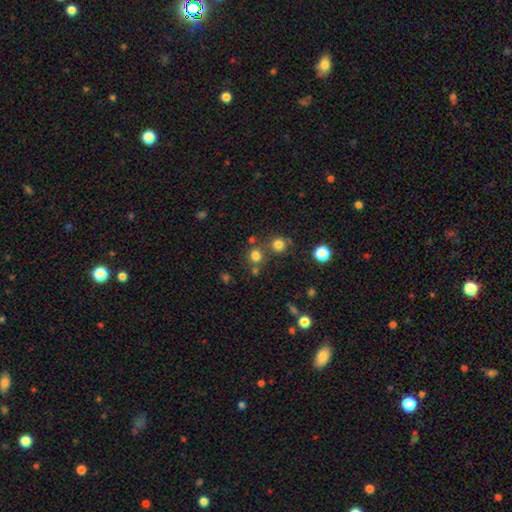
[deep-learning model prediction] Q: Smooth or featured?
A: smooth (75%); runner-up: star or artifact (18%)
Q: How rounded?
A: round (88%); runner-up: in between (11%)
Q: Merging?
A: none (70%); runner-up: merger (18%)